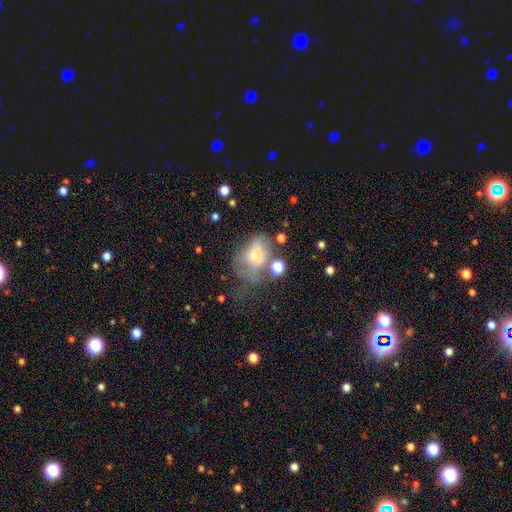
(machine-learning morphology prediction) type=smooth (54%); roundness=in between (66%); merging=major disturbance (37%).